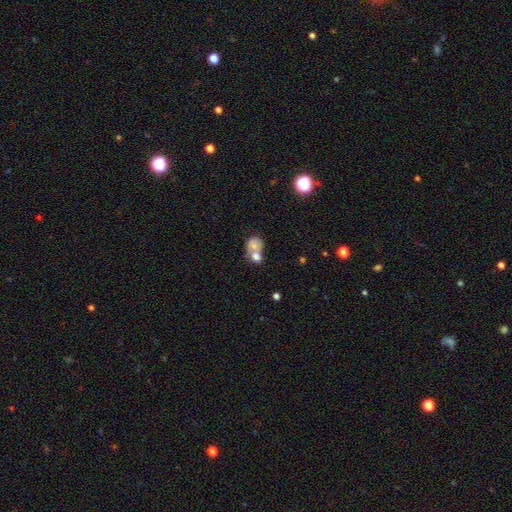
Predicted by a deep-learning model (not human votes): smooth 68%, featured or disk 23%, star or artifact 9%. Down the decision tree: how rounded — round (54%); merging — merger (69%).